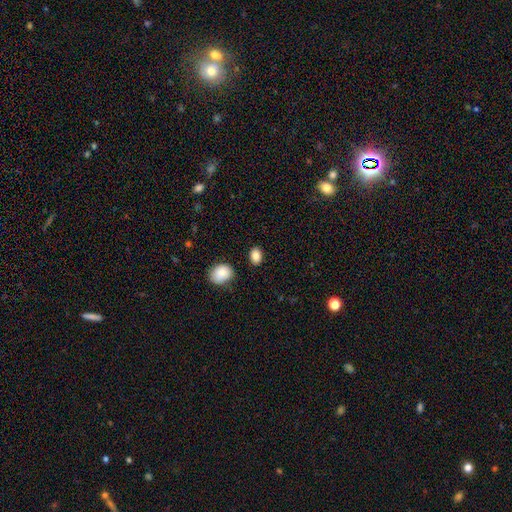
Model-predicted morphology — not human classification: smooth 86%, star or artifact 9%, featured or disk 5%. Down the decision tree: how rounded — in between (79%); merging — none (86%).